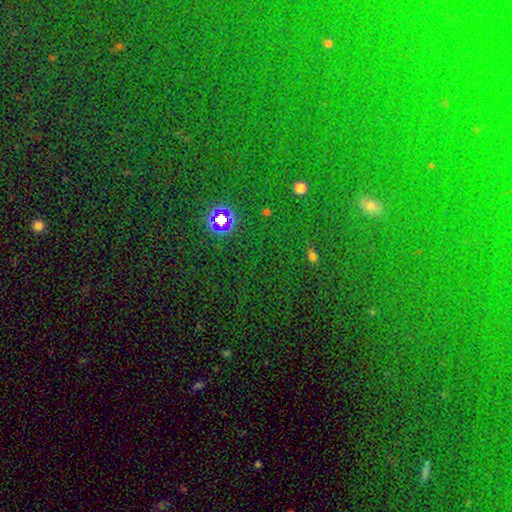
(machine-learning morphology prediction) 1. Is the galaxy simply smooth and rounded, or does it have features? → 72% star or artifact, 19% smooth, 10% featured or disk.